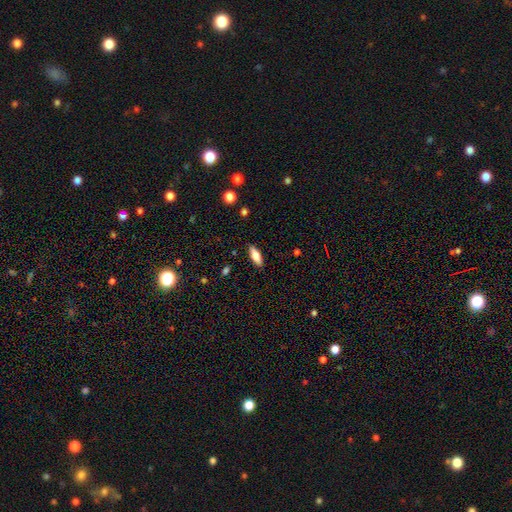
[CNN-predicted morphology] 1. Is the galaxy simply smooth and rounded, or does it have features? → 67% smooth, 27% featured or disk, 7% star or artifact.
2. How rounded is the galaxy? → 62% in between, 36% cigar-shaped, 2% round.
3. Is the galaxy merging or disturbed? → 88% none, 9% minor disturbance, 2% major disturbance, 1% merger.